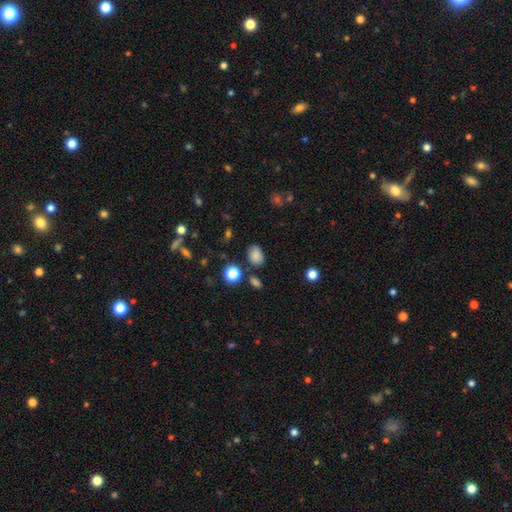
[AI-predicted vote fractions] smooth-or-featured: smooth: 82% | star or artifact: 12% | featured or disk: 6%
  how-rounded: in between: 71% | round: 27% | cigar-shaped: 1%
  merging: none: 75% | minor disturbance: 16% | merger: 5% | major disturbance: 4%